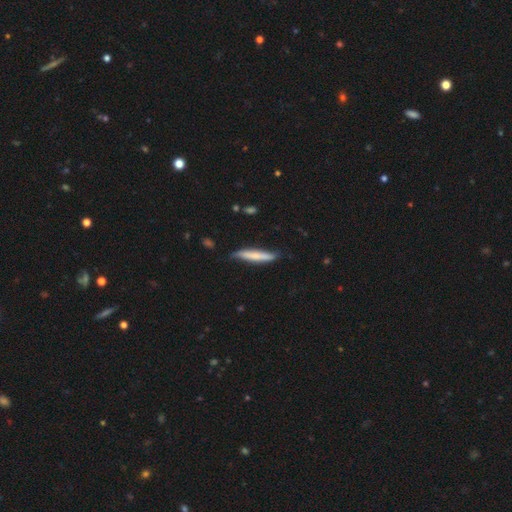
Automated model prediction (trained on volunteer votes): Overall: smooth (67%). How rounded: cigar-shaped (92%). Merging: none (74%).